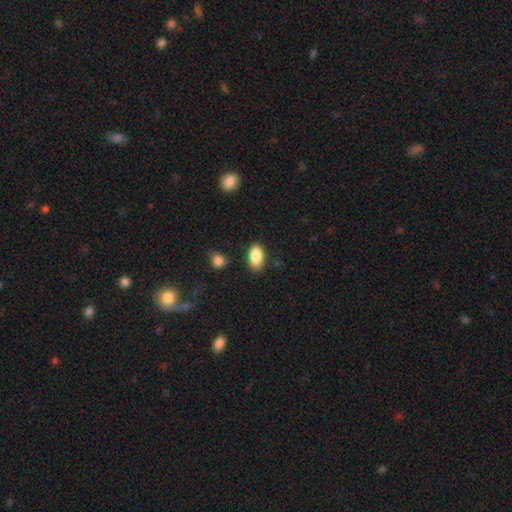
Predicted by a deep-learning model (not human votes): Smooth or featured: smooth — 87% (star or artifact — 7%)
How rounded: in between — 93% (round — 4%)
Merging: none — 81% (minor disturbance — 13%)